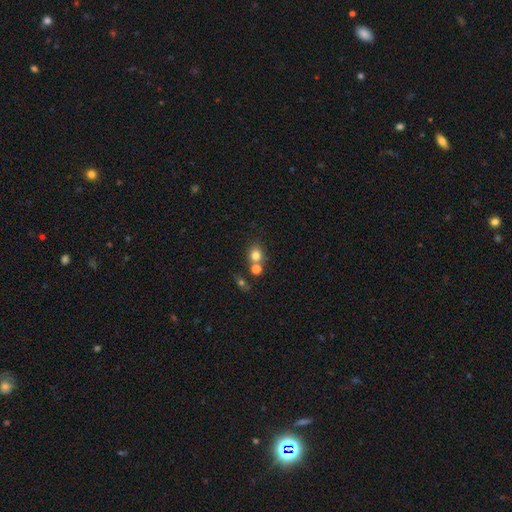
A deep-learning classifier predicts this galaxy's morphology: smooth 77%, star or artifact 13%, featured or disk 9%. Down the decision tree: how rounded — round (75%); merging — none (57%).